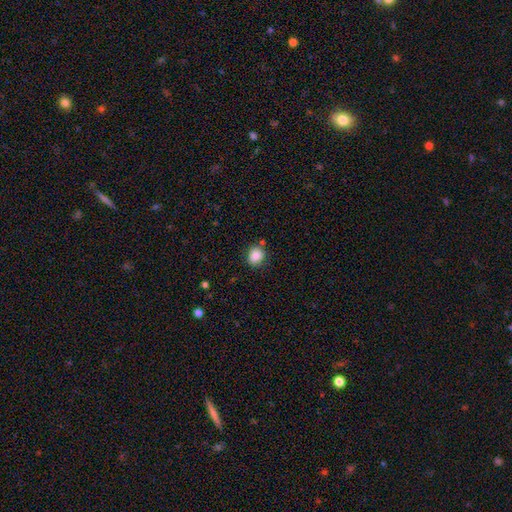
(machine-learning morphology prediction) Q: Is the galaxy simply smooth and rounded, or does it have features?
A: smooth — 83%.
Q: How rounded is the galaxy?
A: round — 78%.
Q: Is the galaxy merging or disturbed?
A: none — 77%.